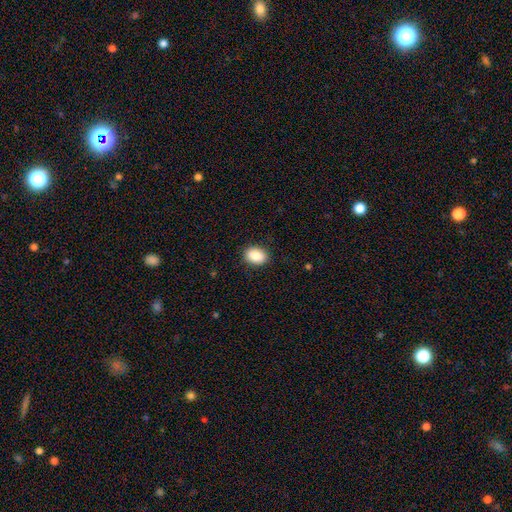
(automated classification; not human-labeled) This appears to be a smooth galaxy with no disk features (87%) that is in between round and cigar-shaped (74%). Merging: none (89%).